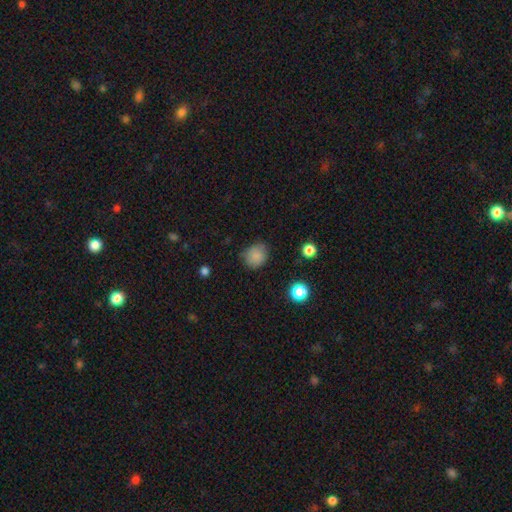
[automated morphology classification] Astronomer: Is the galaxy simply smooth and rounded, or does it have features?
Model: smooth — 84%.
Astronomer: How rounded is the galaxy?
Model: round — 73%.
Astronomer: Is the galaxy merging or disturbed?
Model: none — 74%.